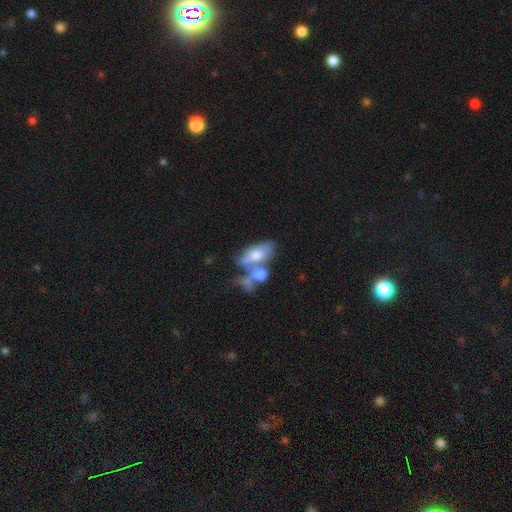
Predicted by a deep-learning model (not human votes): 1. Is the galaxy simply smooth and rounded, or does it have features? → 49% smooth, 42% featured or disk, 9% star or artifact.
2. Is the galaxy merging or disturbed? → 54% merger, 22% none, 12% major disturbance, 12% minor disturbance.